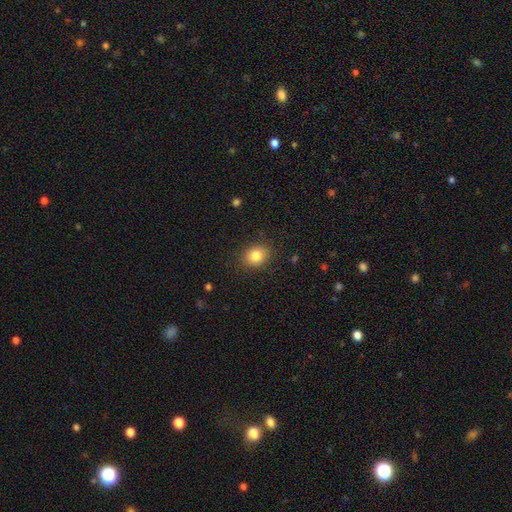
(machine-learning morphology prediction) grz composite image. It shows a smooth galaxy with no disk features (83%) that is in between round and cigar-shaped (54%). Merging: none (86%).